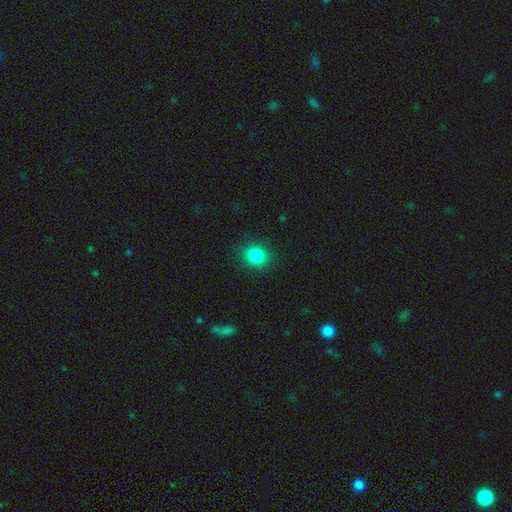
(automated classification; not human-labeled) The model was most divided on "how rounded": round: 75%, in between: 24%, cigar-shaped: 1%. More confident: merging — none (89%); smooth or featured — smooth (85%).